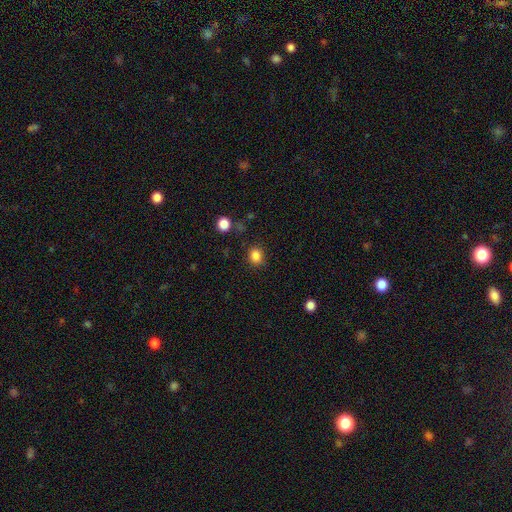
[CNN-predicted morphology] A smooth galaxy with no disk features (84%) that is round (72%). Merging: none (85%).